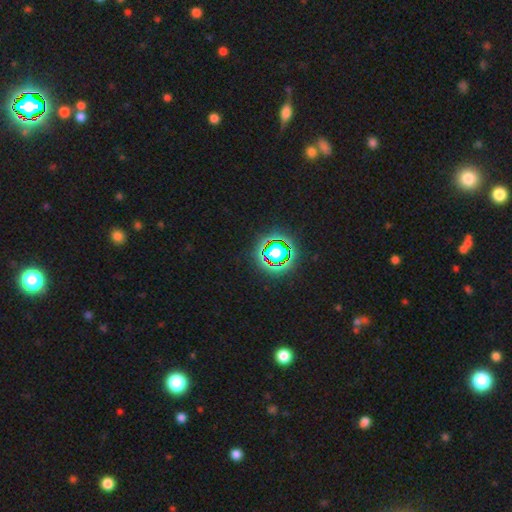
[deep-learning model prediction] smooth_or_featured: star or artifact (p=0.78) [alt: smooth p=0.15]